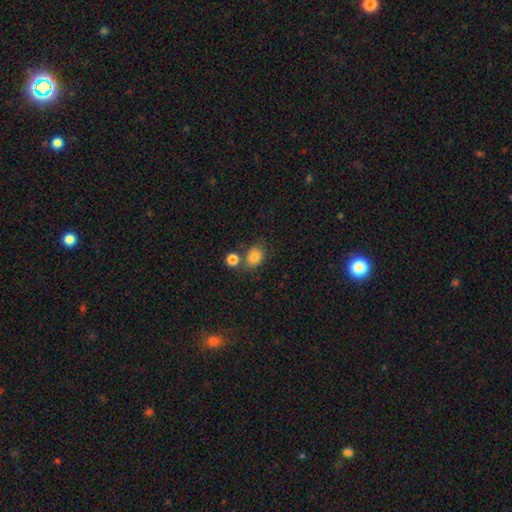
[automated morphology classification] type=smooth (84%); roundness=in between (54%); merging=none (60%).